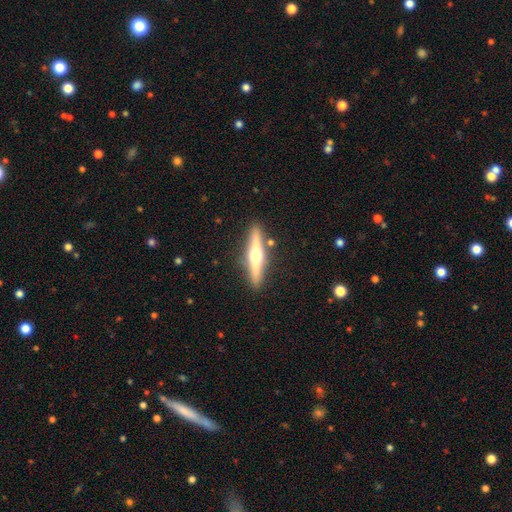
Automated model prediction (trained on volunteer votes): smooth_or_featured: featured or disk (p=0.64) [alt: smooth p=0.30]
disk_edge_on: yes (p=0.96) [alt: no p=0.04]
edge_on_bulge: rounded (p=0.95) [alt: none p=0.03]
merging: none (p=0.86) [alt: minor disturbance p=0.09]